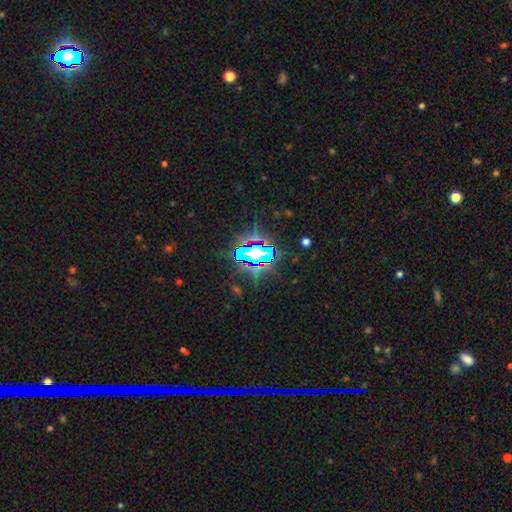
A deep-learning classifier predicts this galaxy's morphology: star or artifact 85%, smooth 8%, featured or disk 7%.